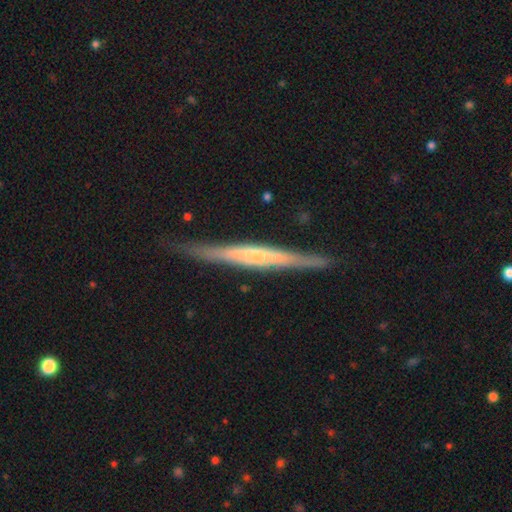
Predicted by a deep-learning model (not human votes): Smooth or featured? featured or disk (71%)
Edge-on disk? yes (97%)
Edge-on bulge? rounded (42%)
Merging? none (87%)